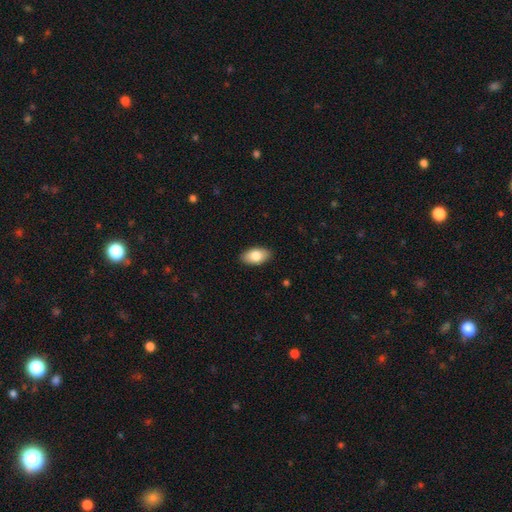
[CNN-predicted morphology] The model was most divided on "smooth or featured": smooth: 82%, featured or disk: 12%, star or artifact: 7%. More confident: how rounded — in between (94%); merging — none (89%).